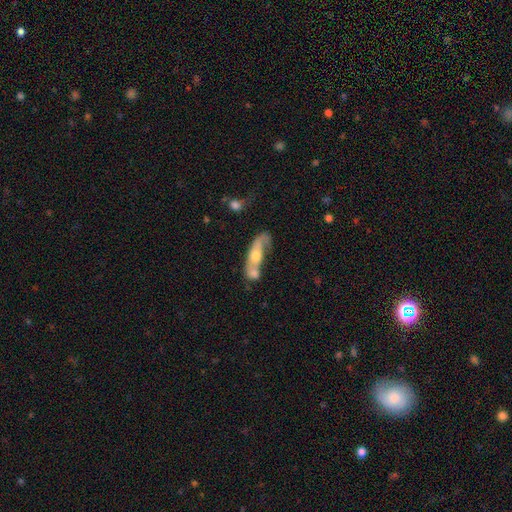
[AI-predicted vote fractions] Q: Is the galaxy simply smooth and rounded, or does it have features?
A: smooth — 47%.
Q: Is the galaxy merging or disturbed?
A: merger — 51%.